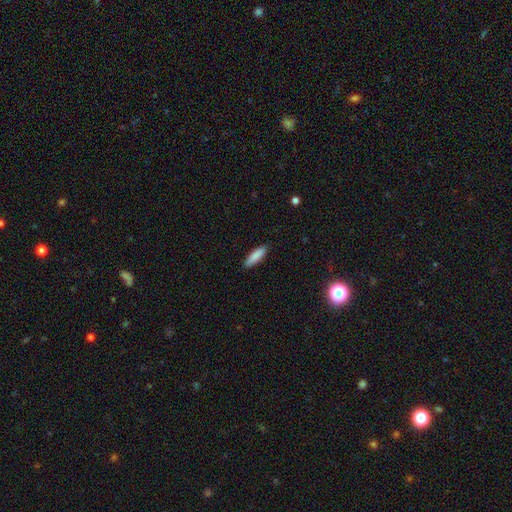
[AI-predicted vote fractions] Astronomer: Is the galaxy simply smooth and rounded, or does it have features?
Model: smooth — 88%.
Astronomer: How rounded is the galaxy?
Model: cigar-shaped — 57% (runner-up: in between, 41%).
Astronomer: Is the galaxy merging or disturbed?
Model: none — 88%.